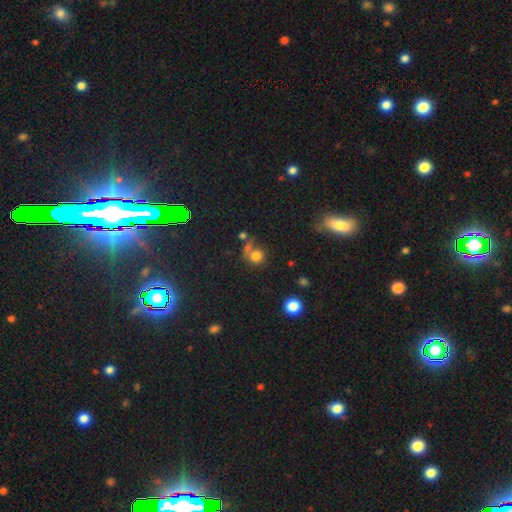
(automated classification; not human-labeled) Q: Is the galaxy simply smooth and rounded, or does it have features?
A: smooth — 73%.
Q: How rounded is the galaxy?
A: round — 84%.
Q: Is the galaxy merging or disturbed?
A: none — 53%.